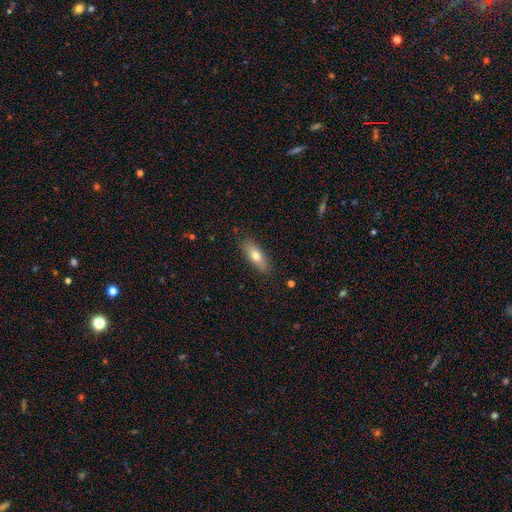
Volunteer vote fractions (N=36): Smooth or featured? smooth (75%)
How rounded? cigar-shaped (59%)
Merging? none (91%)